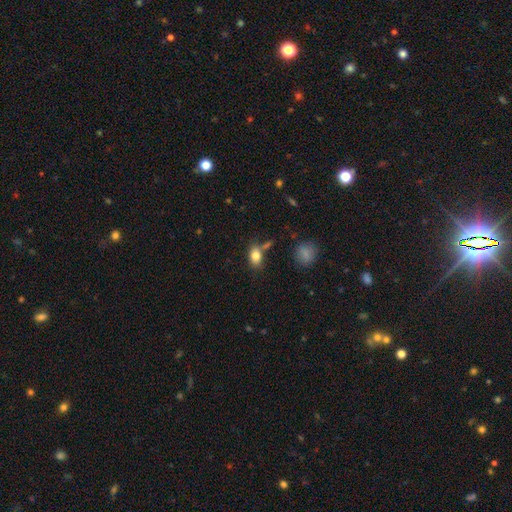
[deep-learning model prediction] Smooth or featured? smooth (82%)
How rounded? in between (83%)
Merging? none (67%)